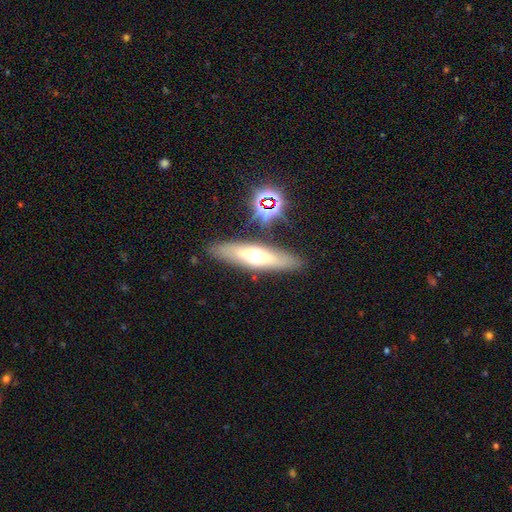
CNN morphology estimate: This is possibly a featured or disk galaxy (47%). Merging: clearly none (85%).